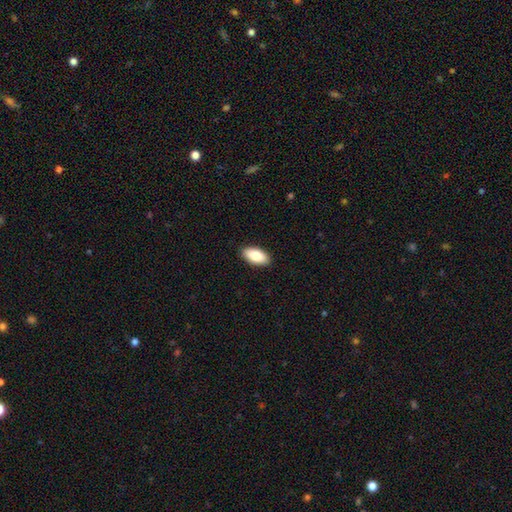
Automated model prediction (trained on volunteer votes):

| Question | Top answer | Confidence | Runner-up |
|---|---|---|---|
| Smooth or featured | smooth | 86% | featured or disk (8%) |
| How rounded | in between | 93% | cigar-shaped (4%) |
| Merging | none | 90% | minor disturbance (7%) |